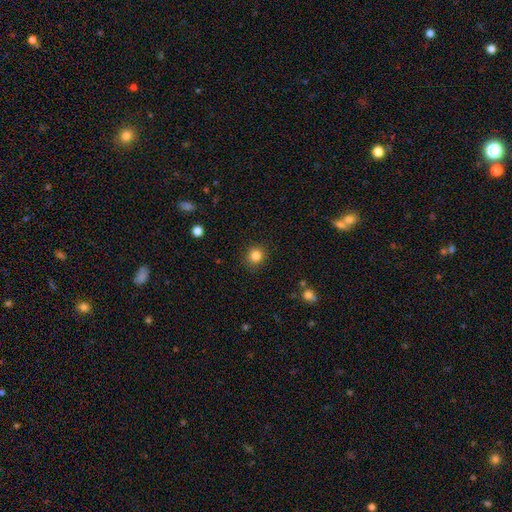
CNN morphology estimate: Smooth or featured: smooth — 84% (star or artifact — 11%)
How rounded: round — 90% (in between — 10%)
Merging: none — 90% (minor disturbance — 7%)